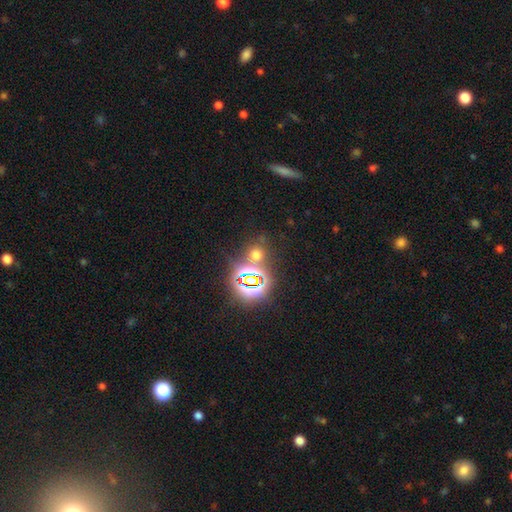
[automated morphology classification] Smooth or featured? Predicted: star or artifact (p=0.49).